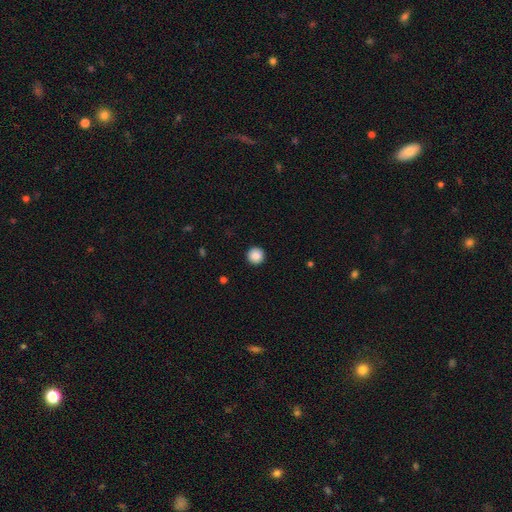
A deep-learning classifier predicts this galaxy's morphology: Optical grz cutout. It shows a smooth galaxy with no disk features (86%) that is round (96%). Merging: none (93%).